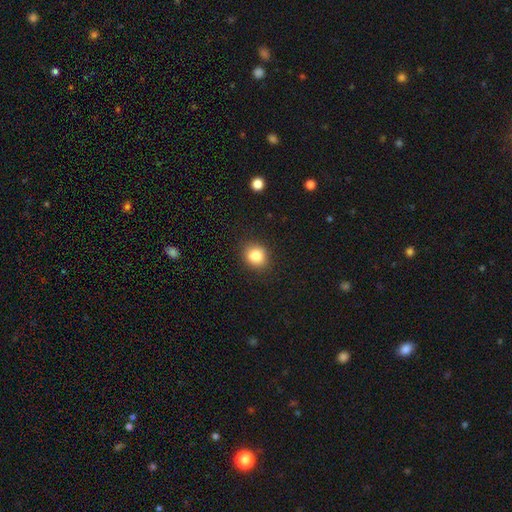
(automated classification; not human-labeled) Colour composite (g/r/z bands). It shows a smooth galaxy with no disk features (85%) that is round (67%). Merging: none (84%).